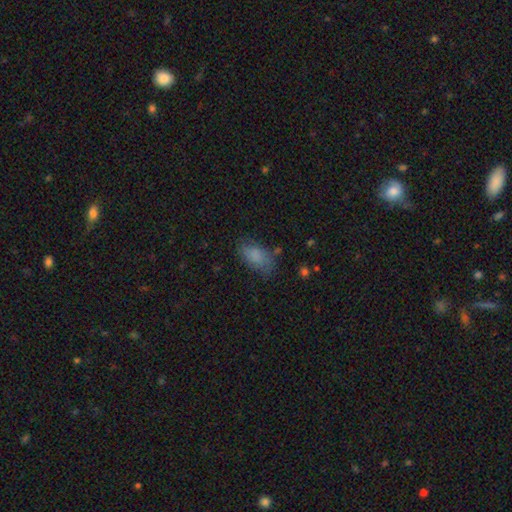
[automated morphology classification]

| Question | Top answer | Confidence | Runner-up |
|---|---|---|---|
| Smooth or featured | smooth | 83% | star or artifact (9%) |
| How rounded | in between | 91% | round (5%) |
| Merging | none | 67% | minor disturbance (23%) |